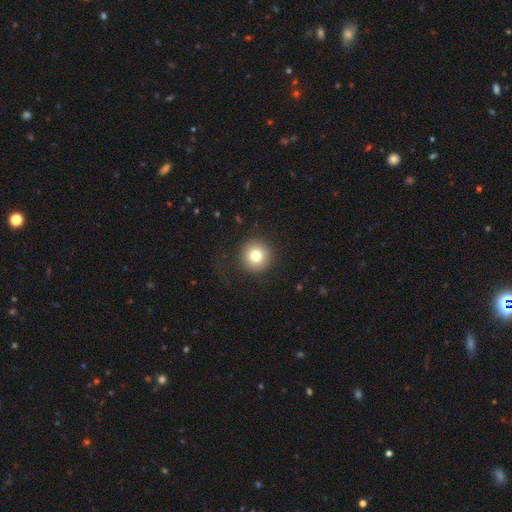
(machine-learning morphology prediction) Smooth or featured: smooth — 78% (featured or disk — 11%)
How rounded: round — 96% (in between — 3%)
Merging: none — 87% (minor disturbance — 7%)